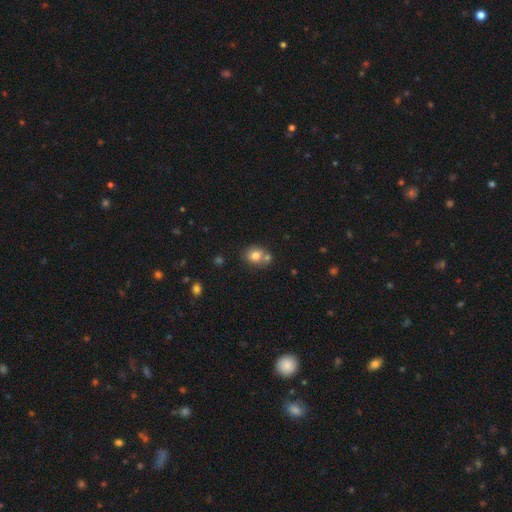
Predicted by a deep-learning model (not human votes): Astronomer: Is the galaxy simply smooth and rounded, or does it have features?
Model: smooth — 77%.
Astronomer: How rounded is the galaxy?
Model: round — 66%.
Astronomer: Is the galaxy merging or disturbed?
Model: none — 54% (runner-up: merger, 31%).